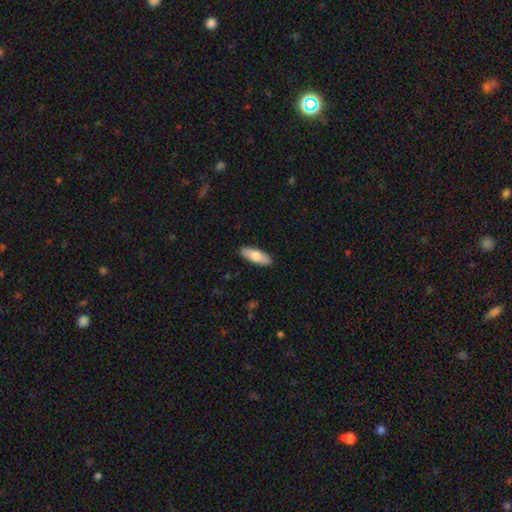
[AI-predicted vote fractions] smooth 75%, featured or disk 20%, star or artifact 5%. Down the decision tree: how rounded — in between (68%); merging — none (89%).